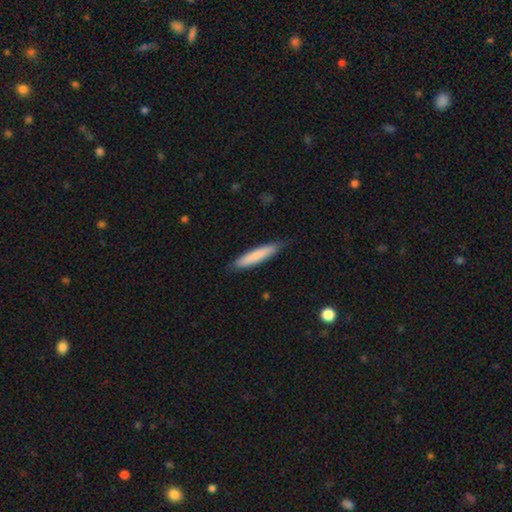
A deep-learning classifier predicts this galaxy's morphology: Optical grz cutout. It shows a smooth galaxy with no disk features (79%) that is cigar-shaped (88%). Merging: none (84%).